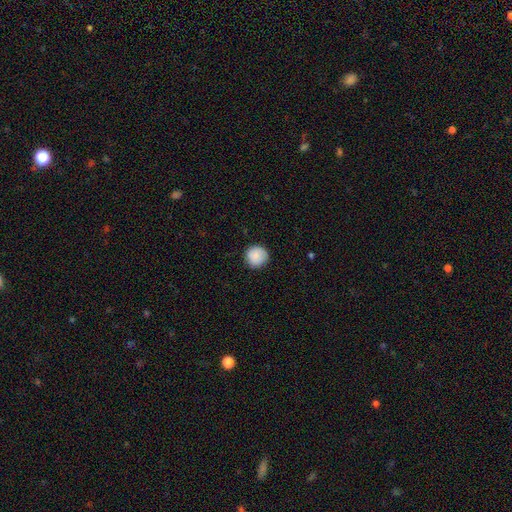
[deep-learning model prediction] The model was most divided on "merging": none: 86%, minor disturbance: 10%, major disturbance: 2%, merger: 1%. More confident: how rounded — round (94%); smooth or featured — smooth (87%).